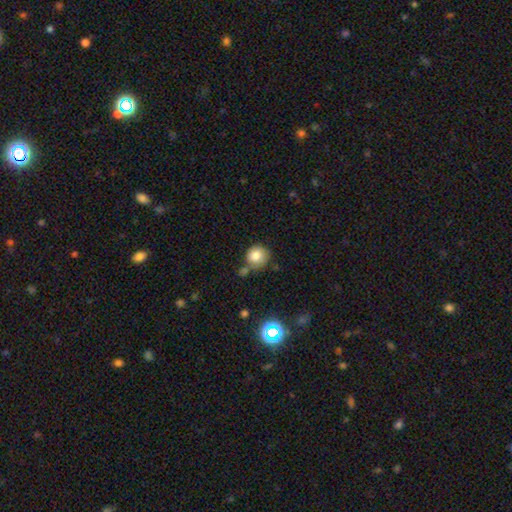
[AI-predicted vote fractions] This appears to be a smooth galaxy with no disk features (82%) that is round (88%). Merging: none (62%).